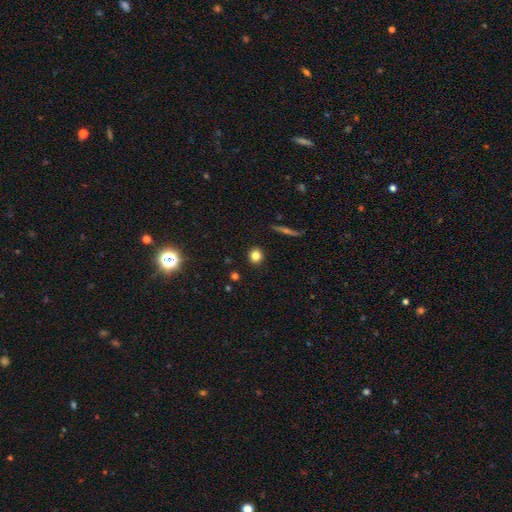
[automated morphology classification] Q: Smooth or featured?
A: smooth (80%); runner-up: star or artifact (12%)
Q: How rounded?
A: round (87%); runner-up: in between (11%)
Q: Merging?
A: none (91%); runner-up: minor disturbance (6%)